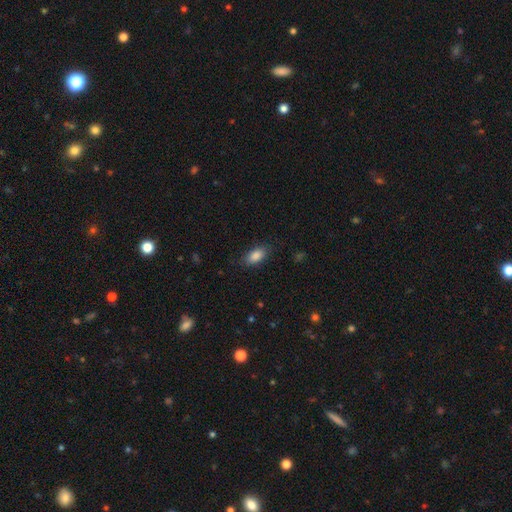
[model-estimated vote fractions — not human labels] This appears to be a smooth galaxy with no disk features (87%) that is in between round and cigar-shaped (91%). Merging: none (84%).